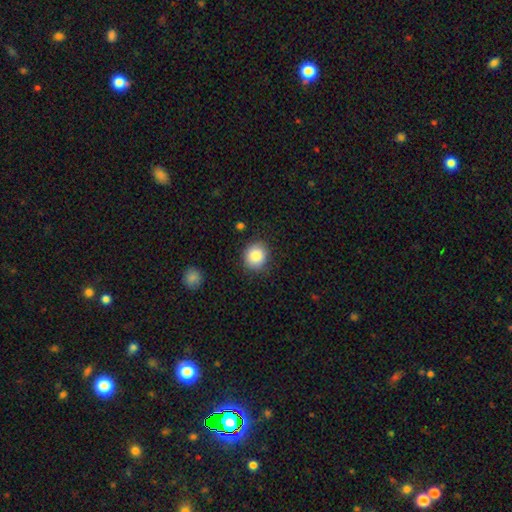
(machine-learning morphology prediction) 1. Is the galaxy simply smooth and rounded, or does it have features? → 87% smooth, 8% star or artifact, 4% featured or disk.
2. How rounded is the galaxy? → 83% round, 16% in between, 1% cigar-shaped.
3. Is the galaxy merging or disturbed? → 84% none, 11% minor disturbance, 3% major disturbance, 2% merger.